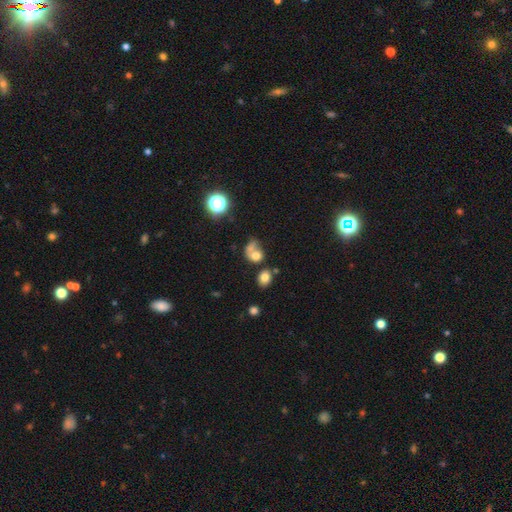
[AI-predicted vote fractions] smooth 66%, featured or disk 20%, star or artifact 15%. Down the decision tree: how rounded — round (56%); merging — merger (40%).